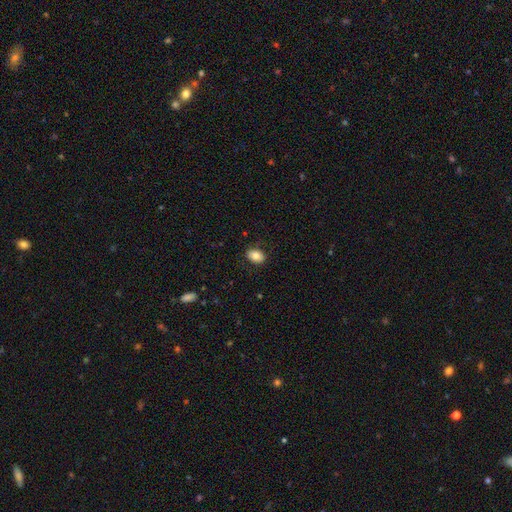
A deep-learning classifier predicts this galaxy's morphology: This is clearly a smooth galaxy (81%). How rounded: clearly in between (81%). Merging: clearly none (84%).